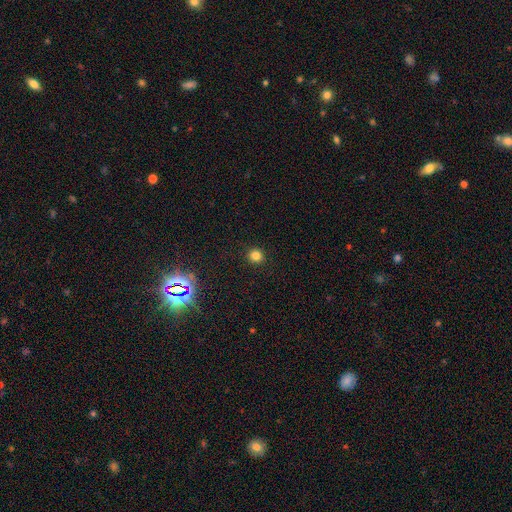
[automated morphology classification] This appears to be a smooth galaxy with no disk features (81%) that is round (93%). Merging: none (92%).